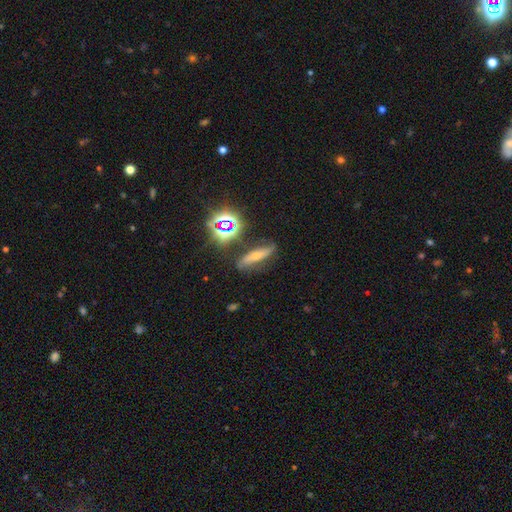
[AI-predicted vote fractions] A featured or disk galaxy (41%). Merging: none (75%).